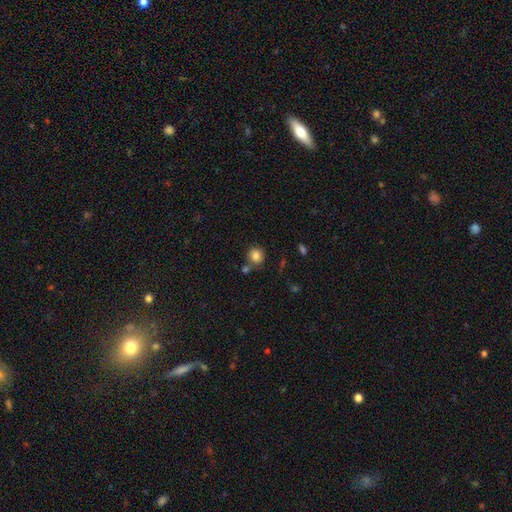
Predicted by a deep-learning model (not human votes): Morphology: type=smooth (83%); roundness=round (87%); merging=none (72%).